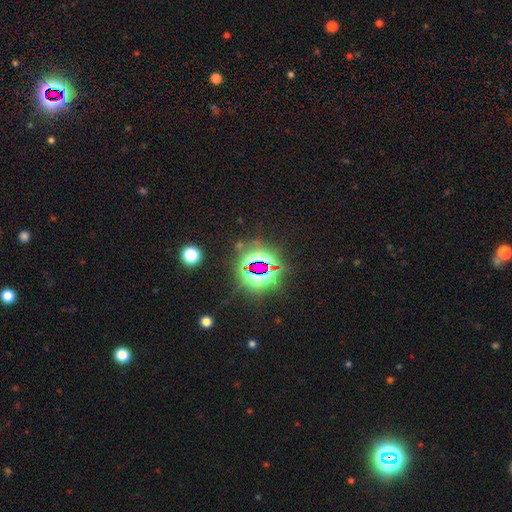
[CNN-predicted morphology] A star or artifact, not a galaxy (83%).